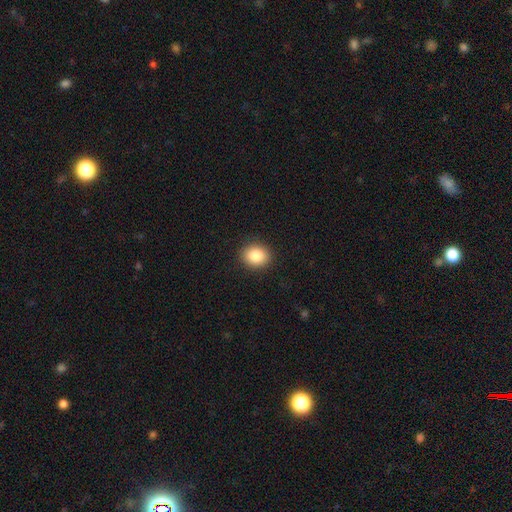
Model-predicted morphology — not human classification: A smooth galaxy with no disk features (86%) that is round (57%).

Vote fractions:
- Smooth or featured? smooth: 86% / star or artifact: 8% / featured or disk: 5%
- How rounded? round: 57% / in between: 42% / cigar-shaped: 1%
- Merging? none: 91% / minor disturbance: 6% / major disturbance: 2% / merger: 1%